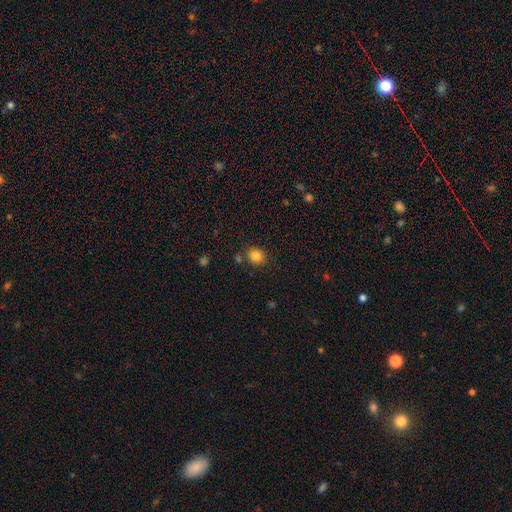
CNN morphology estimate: The model was most divided on "how rounded": round: 71%, in between: 28%, cigar-shaped: 1%. More confident: smooth or featured — smooth (84%); merging — none (77%).